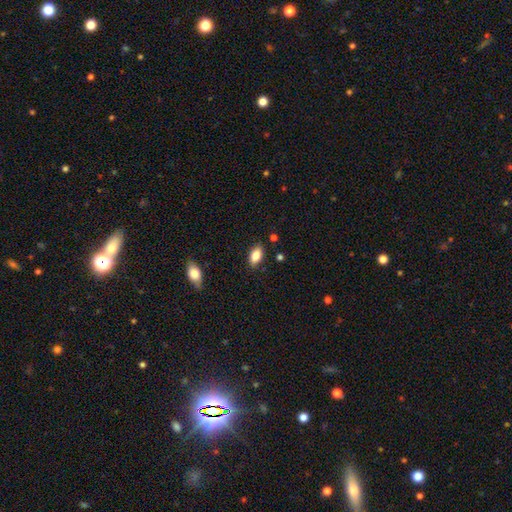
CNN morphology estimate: Smooth or featured?
  - smooth: 83% *
  - featured or disk: 9%
  - star or artifact: 8%
How rounded?
  - in between: 91% *
  - round: 6%
  - cigar-shaped: 4%
Merging?
  - none: 84% *
  - minor disturbance: 12%
  - major disturbance: 2%
  - merger: 2%